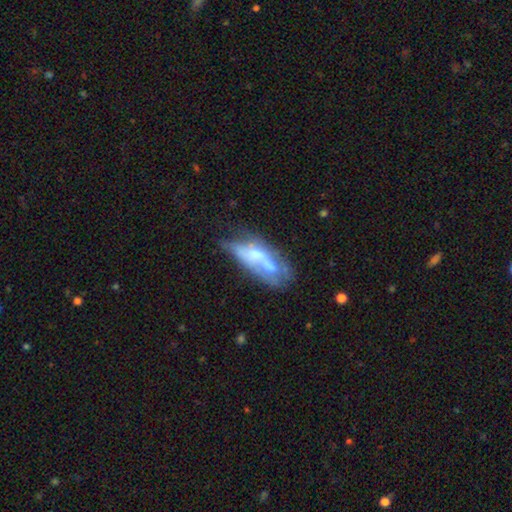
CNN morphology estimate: Smooth or featured: featured or disk — 55% (smooth — 36%)
Edge-on disk: no — 81% (yes — 19%)
Merging: none — 31% (minor disturbance — 25%)